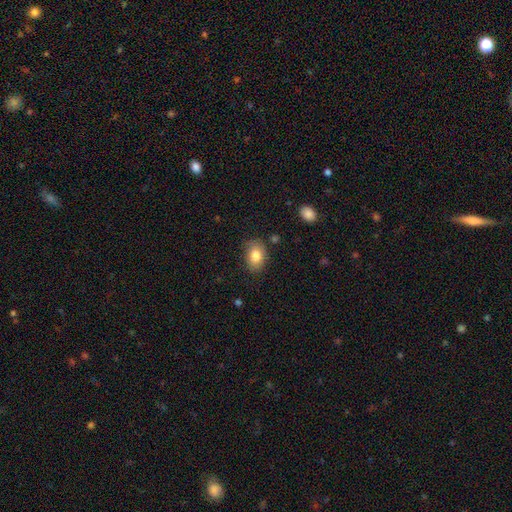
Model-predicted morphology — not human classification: Q: Smooth or featured?
A: smooth (82%); runner-up: featured or disk (10%)
Q: How rounded?
A: in between (76%); runner-up: round (23%)
Q: Merging?
A: none (80%); runner-up: minor disturbance (15%)